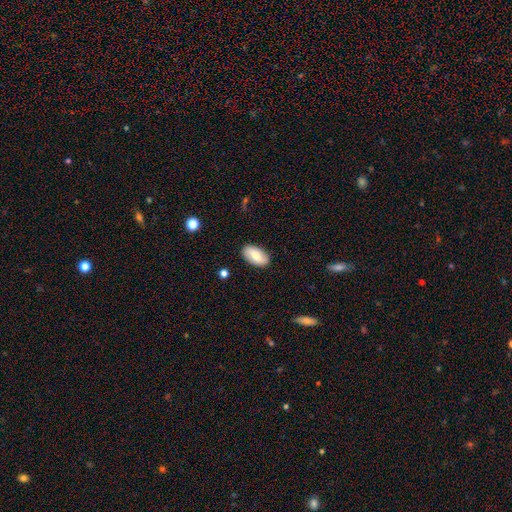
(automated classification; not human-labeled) smooth 68%, featured or disk 25%, star or artifact 6%. Down the decision tree: how rounded — in between (94%); merging — none (87%).